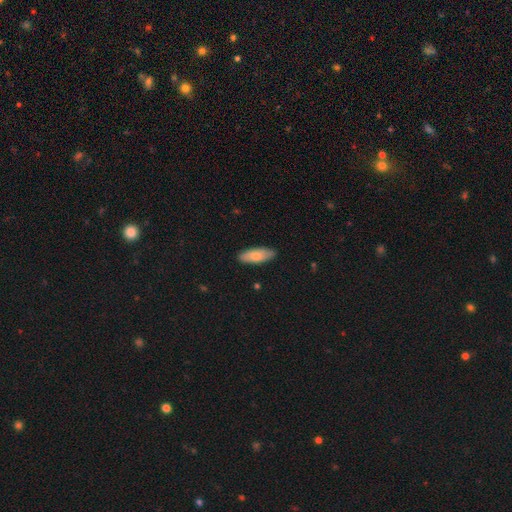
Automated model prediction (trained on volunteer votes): Morphology: type=smooth (77%); roundness=in between (70%); merging=none (87%).